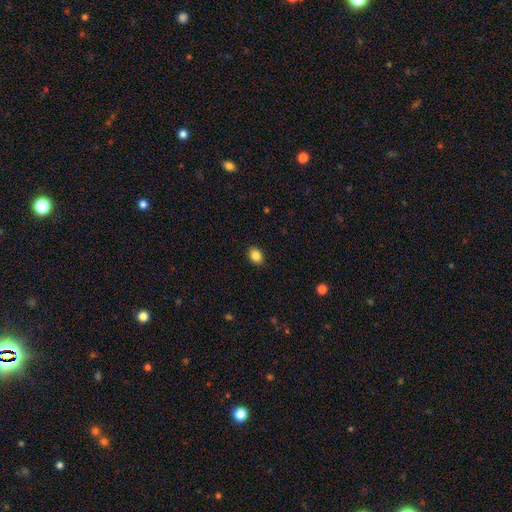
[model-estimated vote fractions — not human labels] Q: Smooth or featured?
A: smooth (86%); runner-up: star or artifact (9%)
Q: How rounded?
A: in between (73%); runner-up: round (26%)
Q: Merging?
A: none (89%); runner-up: minor disturbance (8%)